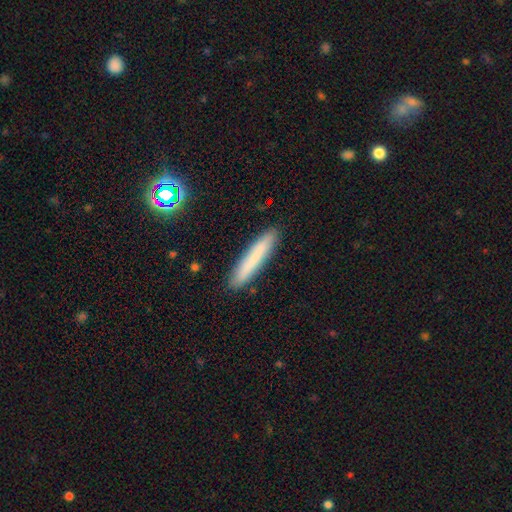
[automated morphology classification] Smooth or featured: smooth — 74% (featured or disk — 19%)
How rounded: cigar-shaped — 93% (in between — 6%)
Merging: none — 90% (minor disturbance — 8%)